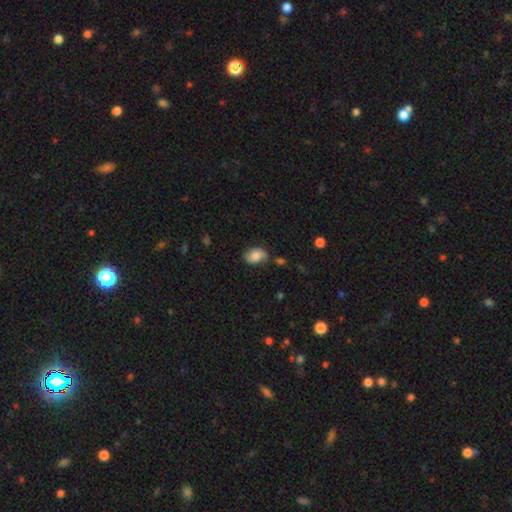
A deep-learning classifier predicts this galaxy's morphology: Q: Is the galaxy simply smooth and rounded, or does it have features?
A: smooth — 70%.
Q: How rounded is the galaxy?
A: in between — 82%.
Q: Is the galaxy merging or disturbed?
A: none — 65%.